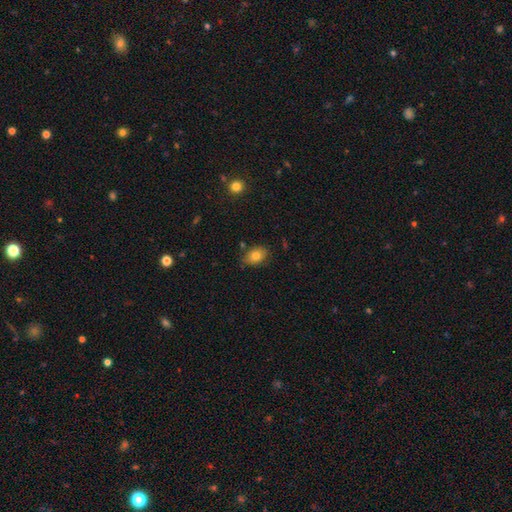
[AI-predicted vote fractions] smooth-or-featured: smooth: 80% | featured or disk: 11% | star or artifact: 9%
  how-rounded: in between: 74% | round: 24% | cigar-shaped: 1%
  merging: none: 78% | minor disturbance: 16% | merger: 3% | major disturbance: 3%